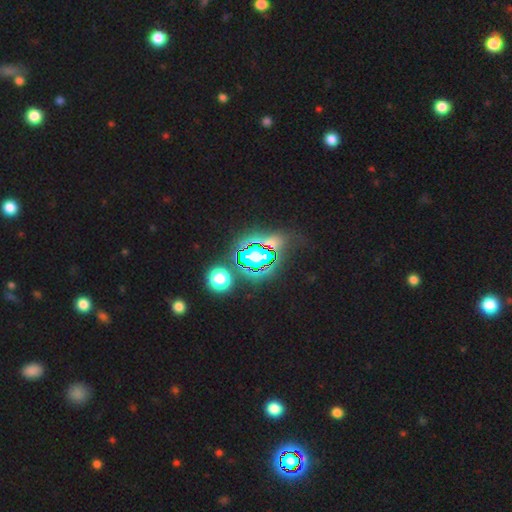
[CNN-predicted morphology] star or artifact 68%, smooth 19%, featured or disk 13%.